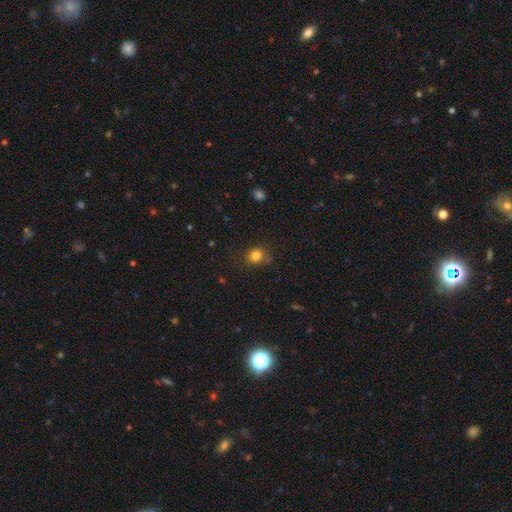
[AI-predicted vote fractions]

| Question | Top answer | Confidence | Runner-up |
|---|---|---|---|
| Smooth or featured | smooth | 81% | star or artifact (13%) |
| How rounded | round | 77% | in between (23%) |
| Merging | none | 76% | minor disturbance (16%) |